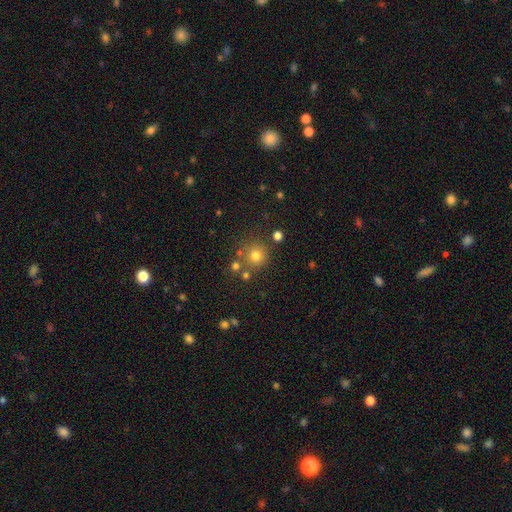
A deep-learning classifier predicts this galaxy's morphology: A smooth galaxy with no disk features (74%) that is round (93%). Merging: none (76%).